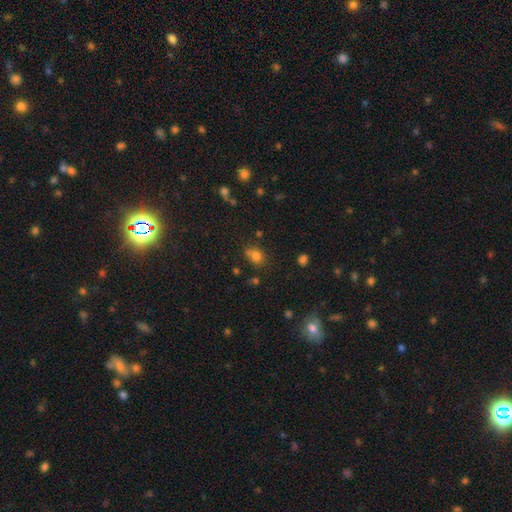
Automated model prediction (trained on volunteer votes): This appears to be a smooth galaxy with no disk features (76%) that is round (53%). Merging: none (56%).